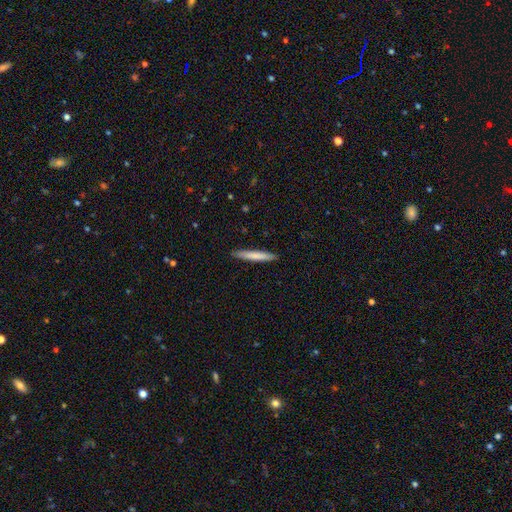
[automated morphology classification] This is likely a smooth galaxy (76%). How rounded: clearly cigar-shaped (95%). Merging: clearly none (91%).